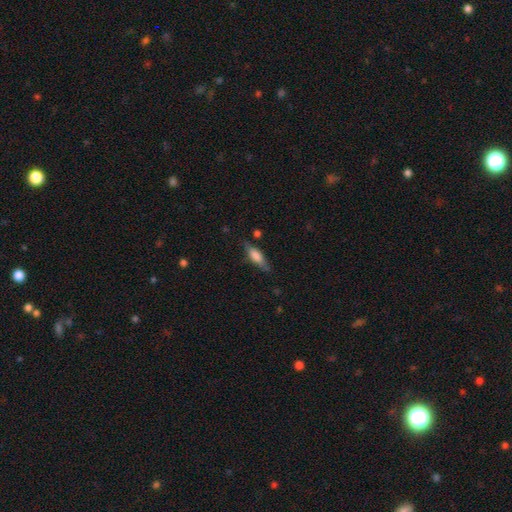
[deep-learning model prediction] A smooth galaxy with no disk features (67%) that is in between round and cigar-shaped (52%). Merging: none (71%).